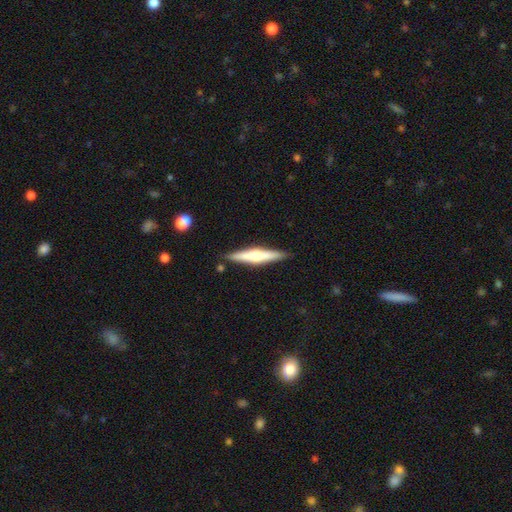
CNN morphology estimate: smooth_or_featured: featured or disk (p=0.60) [alt: smooth p=0.34]
disk_edge_on: yes (p=0.97) [alt: no p=0.03]
edge_on_bulge: rounded (p=0.85) [alt: boxy p=0.09]
merging: none (p=0.88) [alt: minor disturbance p=0.09]